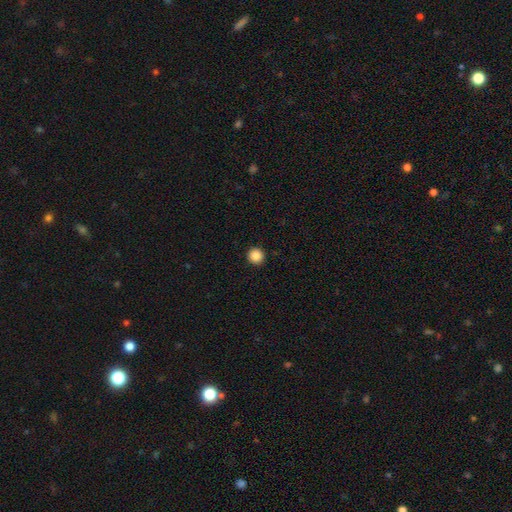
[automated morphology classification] A smooth galaxy with no disk features (87%) that is round (95%). Merging: none (94%).